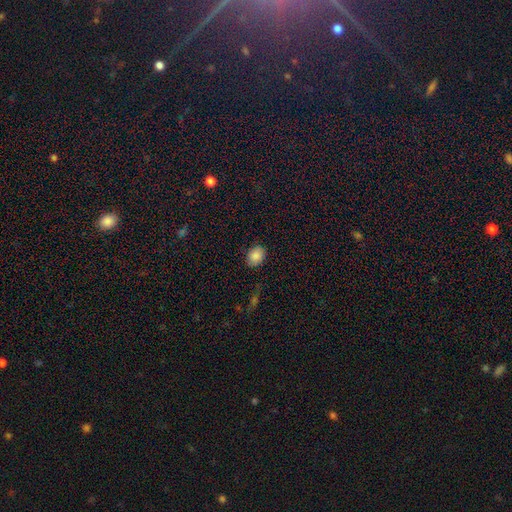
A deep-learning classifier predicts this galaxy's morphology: Smooth or featured: smooth — 87% (star or artifact — 9%)
How rounded: in between — 60% (round — 39%)
Merging: none — 85% (minor disturbance — 11%)